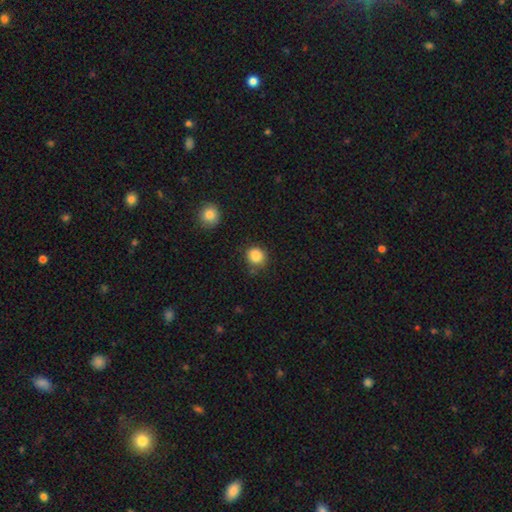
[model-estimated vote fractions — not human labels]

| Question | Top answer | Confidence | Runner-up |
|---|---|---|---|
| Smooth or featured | smooth | 87% | star or artifact (10%) |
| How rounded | round | 81% | in between (18%) |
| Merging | none | 71% | minor disturbance (21%) |